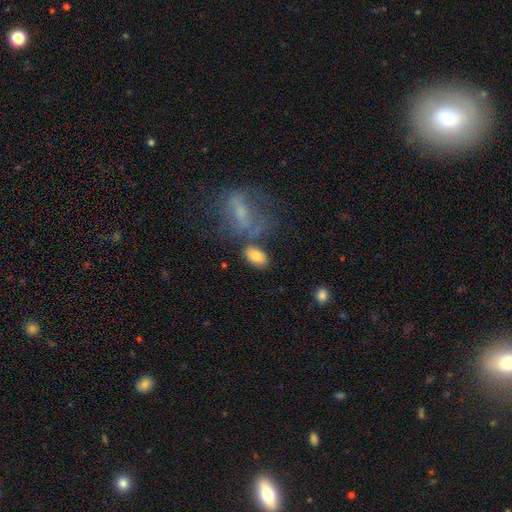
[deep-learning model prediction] Q: Smooth or featured?
A: smooth (78%); runner-up: featured or disk (14%)
Q: How rounded?
A: in between (91%); runner-up: round (7%)
Q: Merging?
A: none (65%); runner-up: minor disturbance (15%)